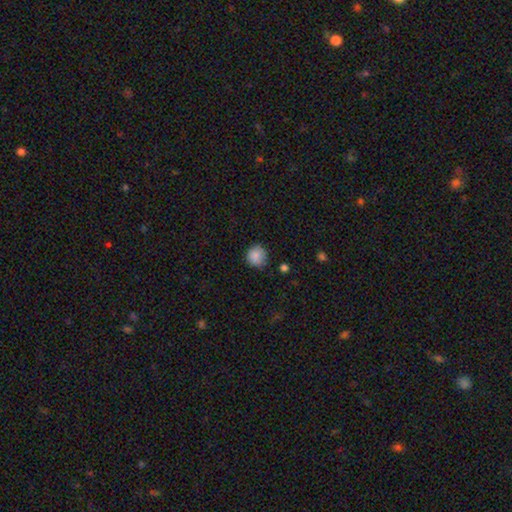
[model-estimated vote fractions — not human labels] Smooth or featured? Predicted: smooth (p=0.86). How rounded? Predicted: round (p=0.89). Merging? Predicted: none (p=0.79).